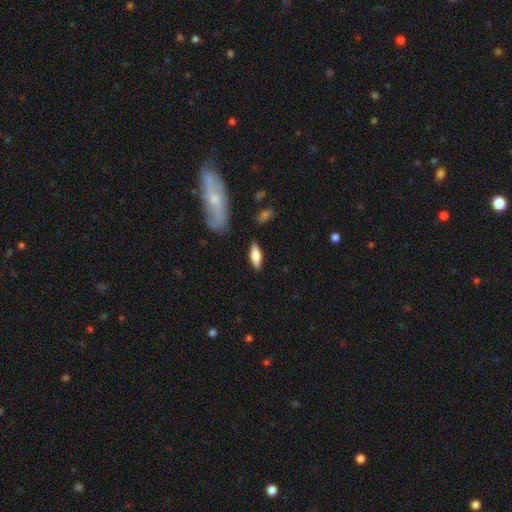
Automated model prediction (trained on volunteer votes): This appears to be a smooth galaxy with no disk features (75%) that is in between round and cigar-shaped (60%). Merging: none (84%).